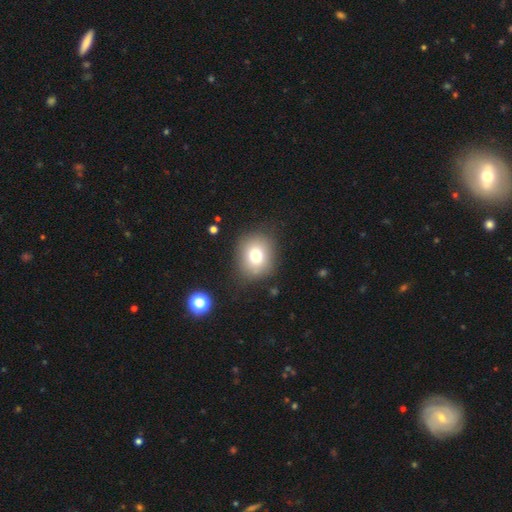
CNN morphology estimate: smooth 74%, featured or disk 13%, star or artifact 13%. Down the decision tree: how rounded — round (69%); merging — none (83%).